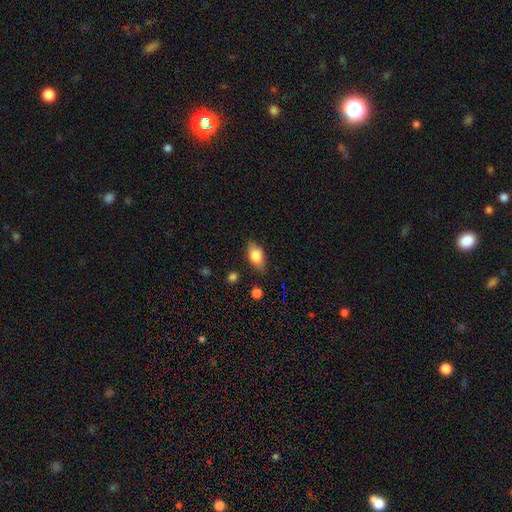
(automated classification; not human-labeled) Q: Smooth or featured?
A: smooth (77%); runner-up: featured or disk (15%)
Q: How rounded?
A: in between (85%); runner-up: round (9%)
Q: Merging?
A: none (78%); runner-up: minor disturbance (16%)